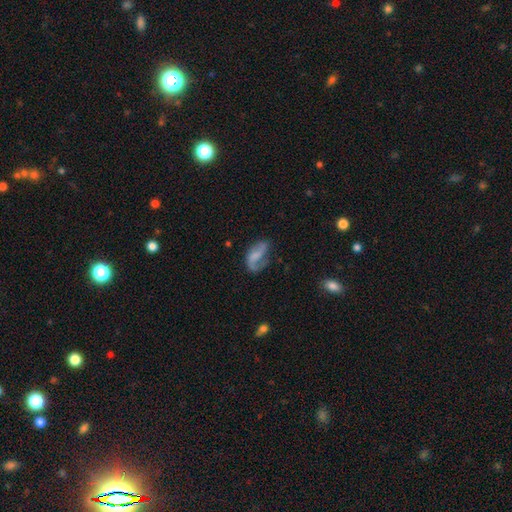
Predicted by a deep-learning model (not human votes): A featured or disk galaxy (57%) with no bar (47%), spiral arms (81%) and no central bulge (46%).

Vote fractions:
- Smooth or featured? featured or disk: 57% / smooth: 35% / star or artifact: 8%
- Edge-on disk? no: 96% / yes: 4%
- Bar? no: 47% / weak: 38% / strong: 15%
- Spiral arms? yes: 81% / no: 19%
- Bulge size? none: 46% / small: 27% / moderate: 19% / large: 6% / dominant: 2%
- Merging? none: 42% / minor disturbance: 28% / major disturbance: 26% / merger: 4%